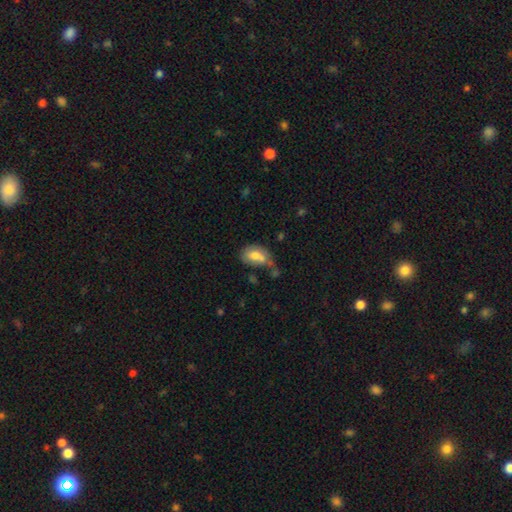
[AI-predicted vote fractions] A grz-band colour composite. It shows a smooth galaxy with no disk features (71%) that is in between round and cigar-shaped (88%). Merging: none (37%).